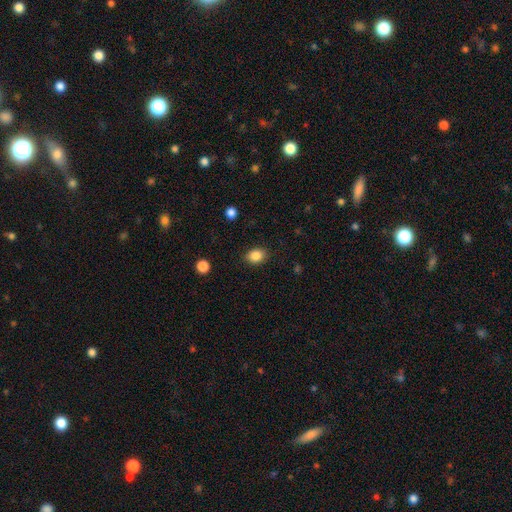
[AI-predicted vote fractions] Smooth or featured: smooth — 86% (star or artifact — 9%)
How rounded: in between — 61% (round — 38%)
Merging: none — 86% (minor disturbance — 10%)